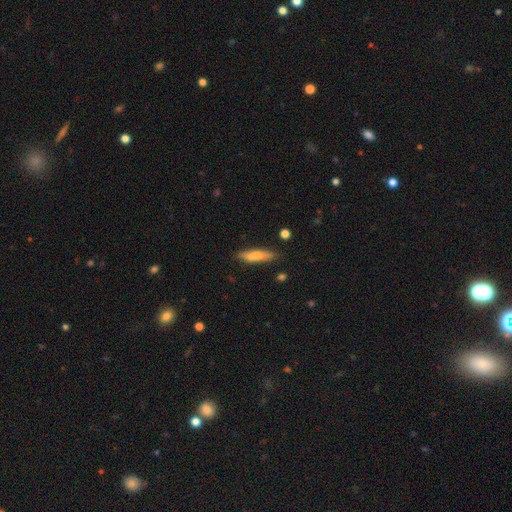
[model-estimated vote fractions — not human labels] smooth-or-featured: smooth: 61% | featured or disk: 33% | star or artifact: 6%
  how-rounded: cigar-shaped: 77% | in between: 21% | round: 2%
  merging: none: 80% | minor disturbance: 14% | merger: 3% | major disturbance: 3%